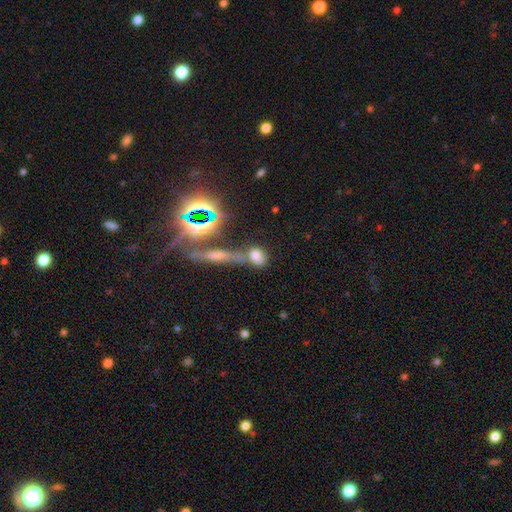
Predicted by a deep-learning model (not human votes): Smooth or featured?
  - smooth: 67% *
  - star or artifact: 19%
  - featured or disk: 14%
How rounded?
  - in between: 53% *
  - round: 36%
  - cigar-shaped: 11%
Merging?
  - none: 42% *
  - merger: 37%
  - minor disturbance: 12%
  - major disturbance: 8%